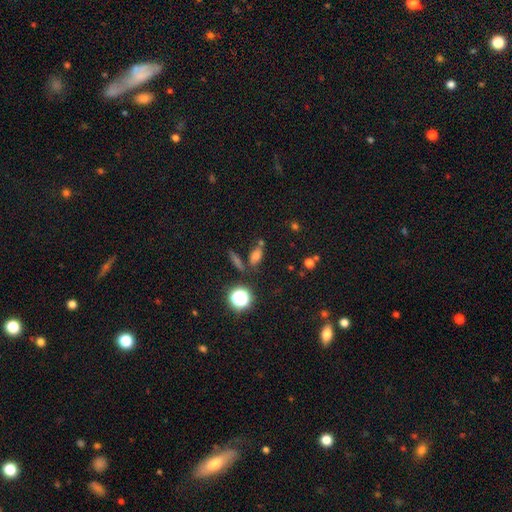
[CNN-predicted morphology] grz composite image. It shows a smooth galaxy with no disk features (63%) that is in between round and cigar-shaped (63%). Merging: none (66%).